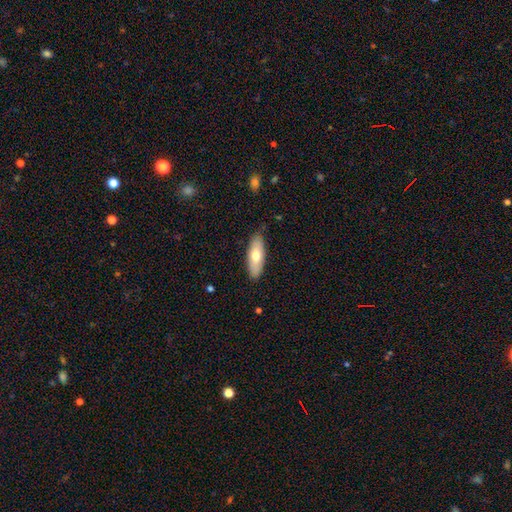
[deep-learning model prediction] Smooth or featured? smooth (67%)
How rounded? in between (66%)
Merging? none (84%)